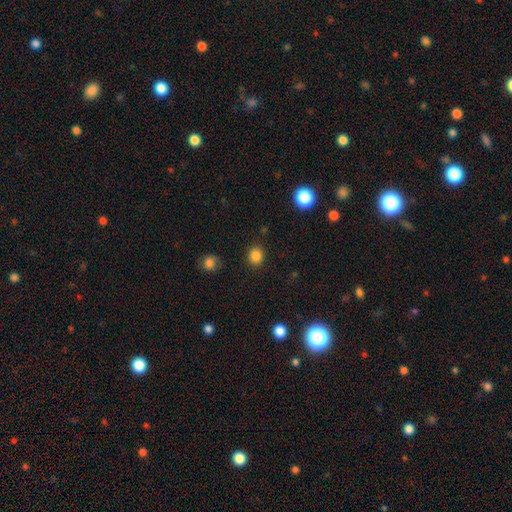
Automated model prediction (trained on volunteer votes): A smooth galaxy with no disk features (85%) that is round (80%). Merging: none (89%).